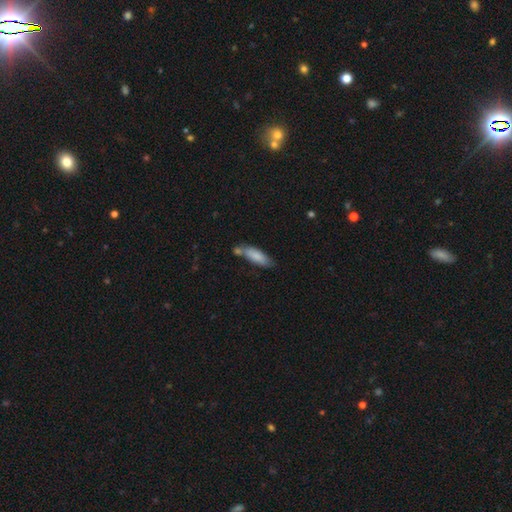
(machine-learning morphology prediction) The model was most divided on "how rounded": in between: 54%, cigar-shaped: 44%, round: 2%. More confident: smooth or featured — smooth (82%); merging — none (52%).